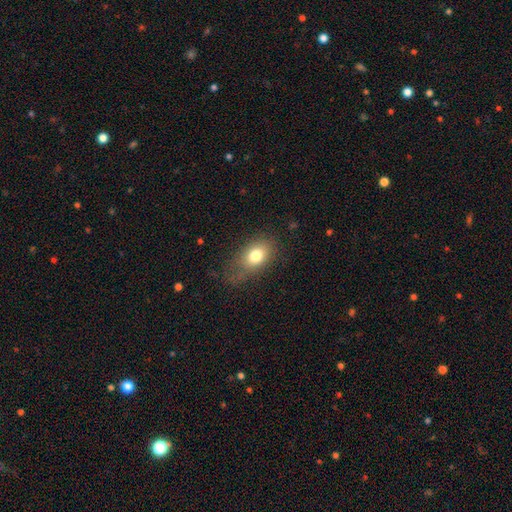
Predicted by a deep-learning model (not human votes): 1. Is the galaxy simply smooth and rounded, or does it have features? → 76% smooth, 14% featured or disk, 10% star or artifact.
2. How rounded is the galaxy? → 78% in between, 20% round, 2% cigar-shaped.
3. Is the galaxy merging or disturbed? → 58% none, 26% minor disturbance, 14% major disturbance, 2% merger.